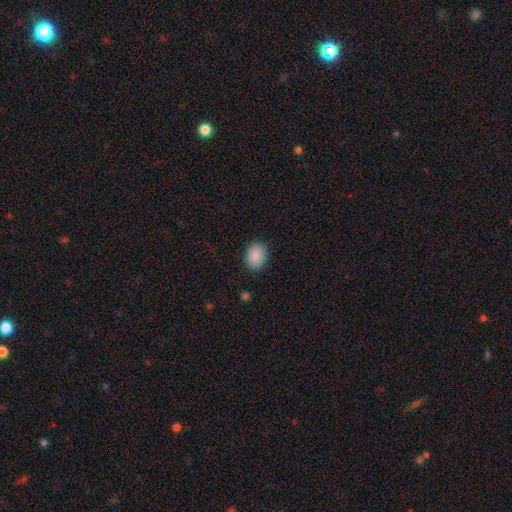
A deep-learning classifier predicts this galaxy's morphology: The model was most divided on "how rounded": in between: 65%, round: 34%, cigar-shaped: 1%. More confident: smooth or featured — smooth (89%); merging — none (87%).